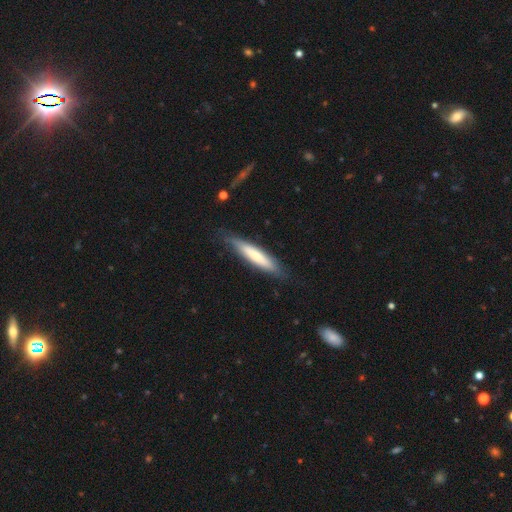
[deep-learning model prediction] Overall: smooth (65%; featured or disk 30%). How rounded: cigar-shaped (87%). Merging: none (79%).